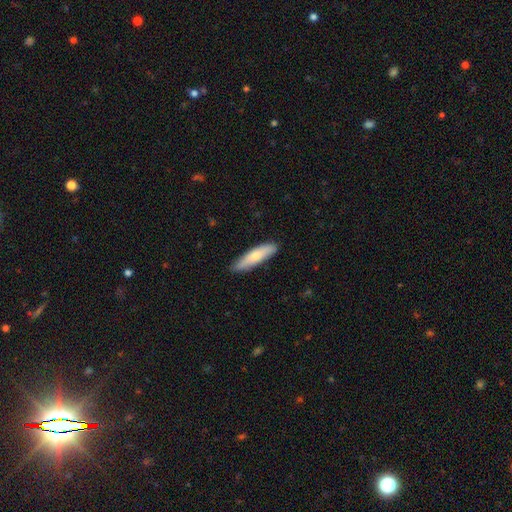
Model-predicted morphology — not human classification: A smooth galaxy with no disk features (69%) that is cigar-shaped (69%). Merging: none (82%).